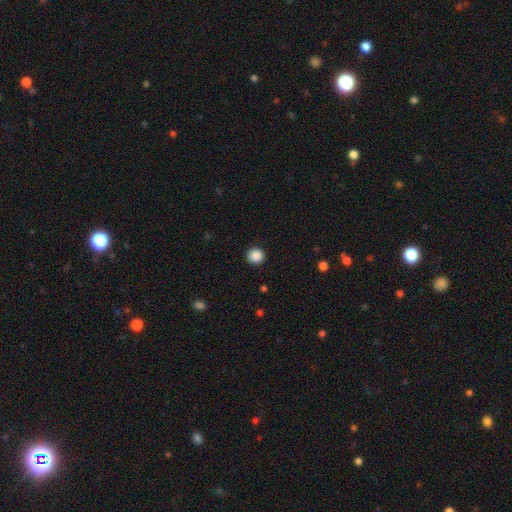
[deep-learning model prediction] Morphology: type=smooth (88%); roundness=round (94%); merging=none (92%).